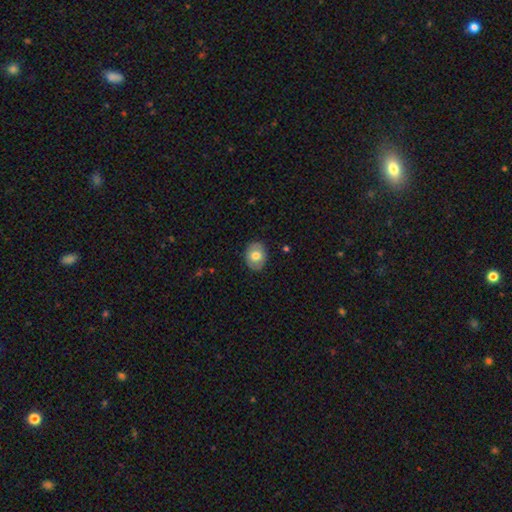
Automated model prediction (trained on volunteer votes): Q: Smooth or featured?
A: smooth (71%); runner-up: featured or disk (22%)
Q: How rounded?
A: in between (53%); runner-up: round (46%)
Q: Merging?
A: none (86%); runner-up: minor disturbance (11%)